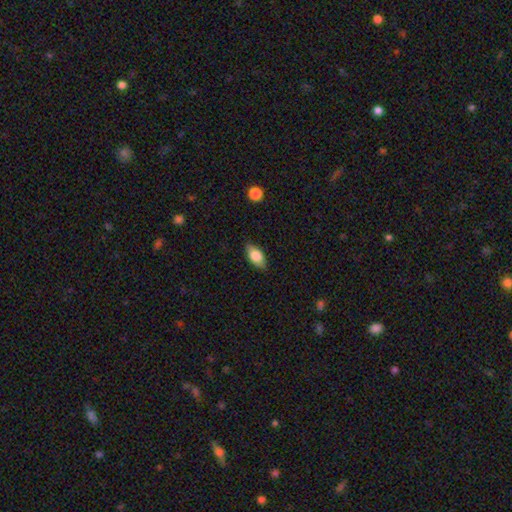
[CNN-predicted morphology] Smooth or featured?
  - smooth: 79% *
  - featured or disk: 14%
  - star or artifact: 7%
How rounded?
  - in between: 91% *
  - cigar-shaped: 5%
  - round: 4%
Merging?
  - none: 84% *
  - minor disturbance: 13%
  - major disturbance: 2%
  - merger: 1%